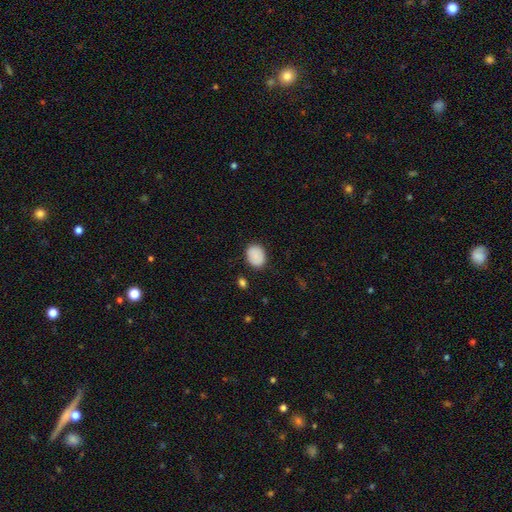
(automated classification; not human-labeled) Overall: smooth (89%). How rounded: in between (58%; round 41%). Merging: none (84%).